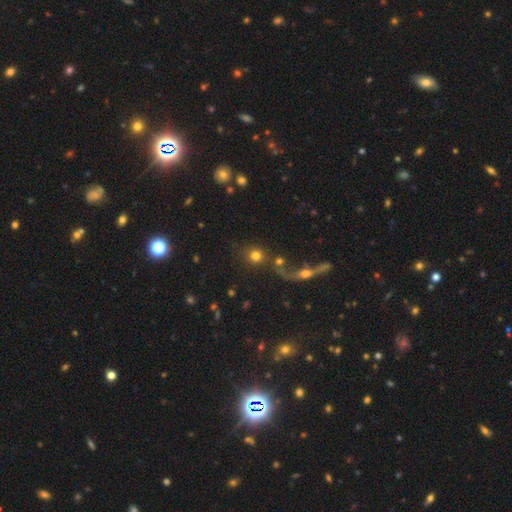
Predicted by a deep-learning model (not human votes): Smooth or featured? smooth (78%)
How rounded? round (92%)
Merging? none (66%)